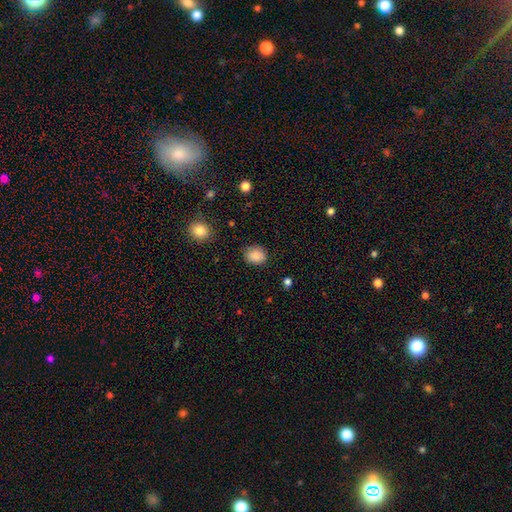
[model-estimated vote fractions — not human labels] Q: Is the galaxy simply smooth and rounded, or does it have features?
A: smooth — 87%.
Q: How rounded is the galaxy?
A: round — 54%.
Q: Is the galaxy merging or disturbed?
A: none — 82%.